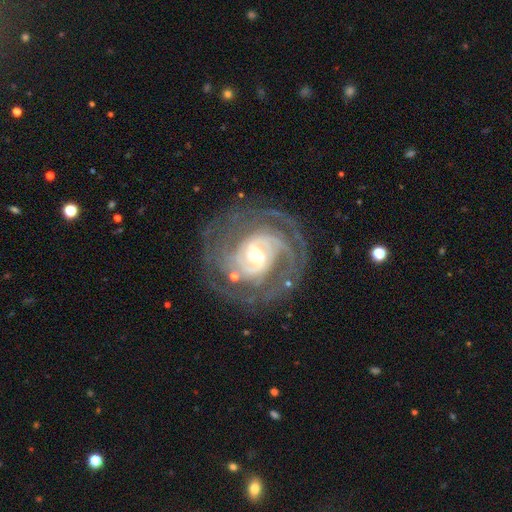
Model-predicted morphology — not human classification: Overall: featured or disk (91%). Edge-on disk: no (98%). Bar: weak (47%; no 30%). Spiral arms: yes (98%). Spiral arm count: 2 (28%; 3 23%). Spiral winding: tight (65%; medium 29%). Bulge size: small (48%; moderate 45%). Merging: none (75%).